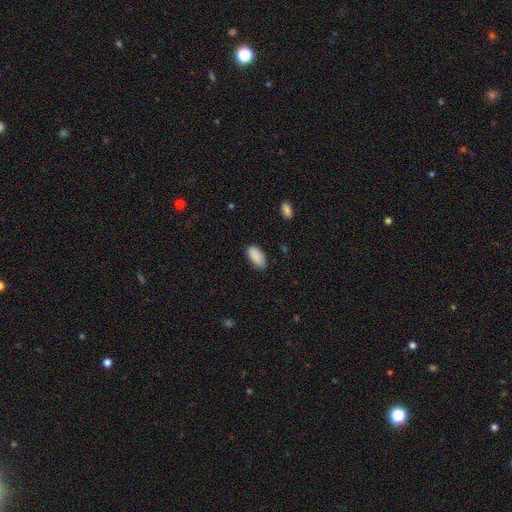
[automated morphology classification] A smooth galaxy with no disk features (90%) that is in between round and cigar-shaped (95%).

Vote fractions:
- Smooth or featured? smooth: 90% / star or artifact: 7% / featured or disk: 3%
- How rounded? in between: 95% / round: 3% / cigar-shaped: 2%
- Merging? none: 80% / minor disturbance: 15% / major disturbance: 3% / merger: 1%